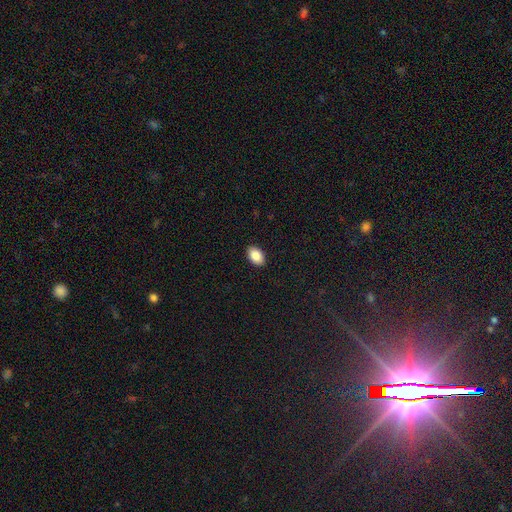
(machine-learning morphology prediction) Q: Smooth or featured?
A: smooth (88%); runner-up: star or artifact (7%)
Q: How rounded?
A: in between (89%); runner-up: round (10%)
Q: Merging?
A: none (90%); runner-up: minor disturbance (7%)